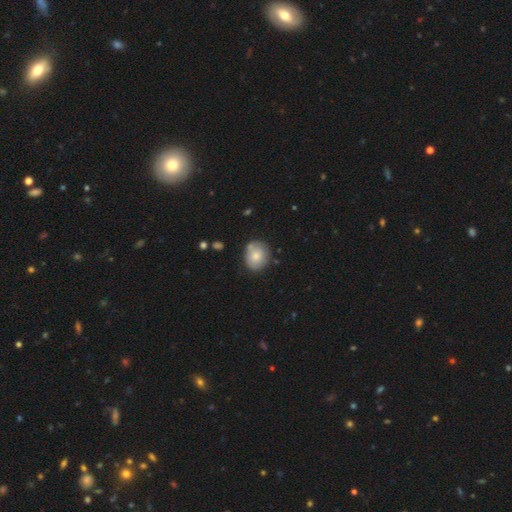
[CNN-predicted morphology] smooth 74%, featured or disk 19%, star or artifact 7%. Down the decision tree: how rounded — round (64%); merging — none (73%).